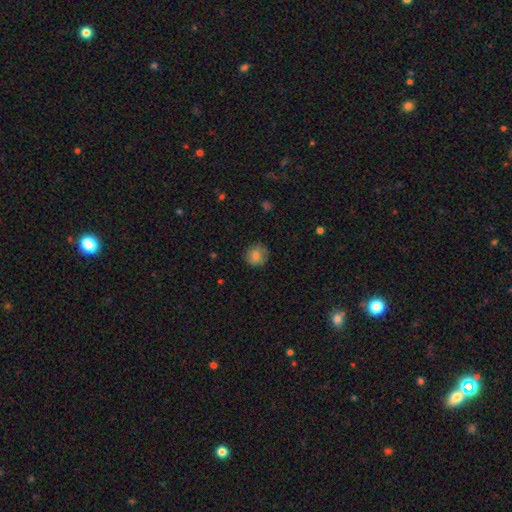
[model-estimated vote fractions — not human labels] smooth_or_featured: smooth (p=0.82) [alt: featured or disk p=0.10]
how_rounded: round (p=0.88) [alt: in between p=0.11]
merging: none (p=0.84) [alt: minor disturbance p=0.12]